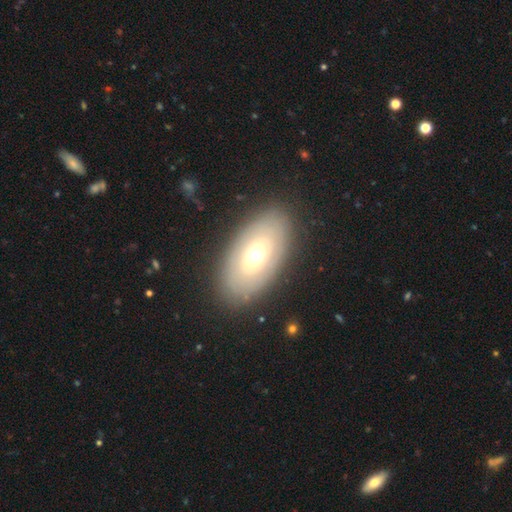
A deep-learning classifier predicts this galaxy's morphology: This appears to be a smooth galaxy with no disk features (53%) that is in between round and cigar-shaped (91%). Merging: none (86%).